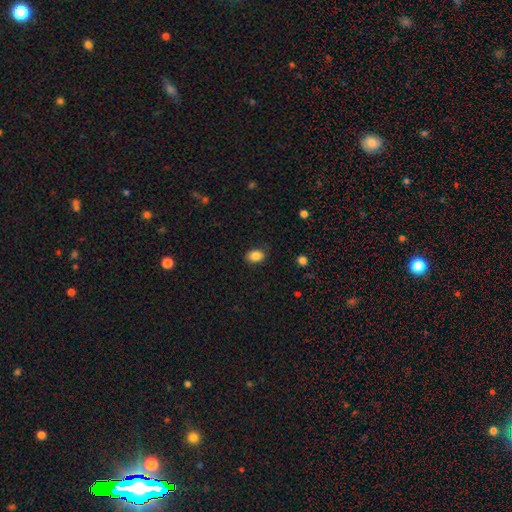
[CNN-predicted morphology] smooth 86%, star or artifact 9%, featured or disk 6%. Down the decision tree: how rounded — in between (77%); merging — none (83%).